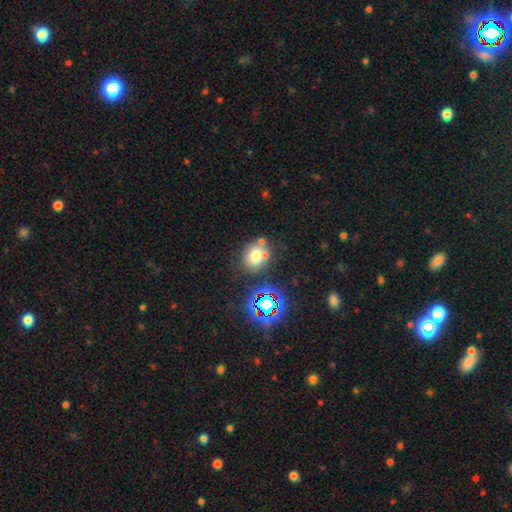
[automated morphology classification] Overall: smooth (65%). How rounded: round (70%). Merging: none (63%).